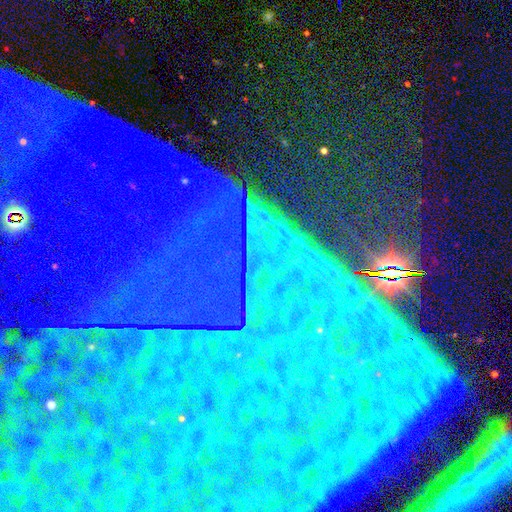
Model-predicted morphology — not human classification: Smooth or featured: star or artifact — 85% (featured or disk — 8%)